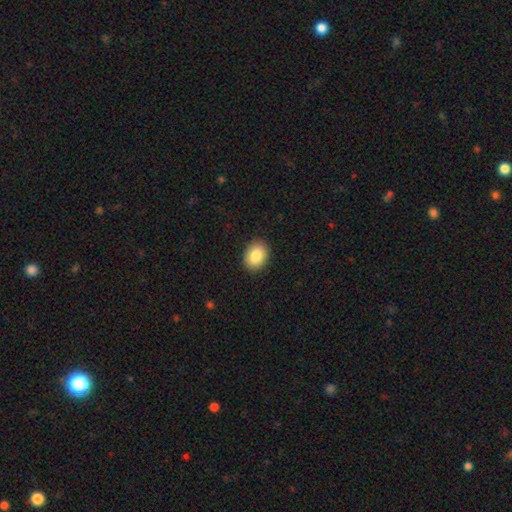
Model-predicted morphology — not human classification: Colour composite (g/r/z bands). It shows a smooth galaxy with no disk features (86%) that is in between round and cigar-shaped (64%). Merging: none (89%).